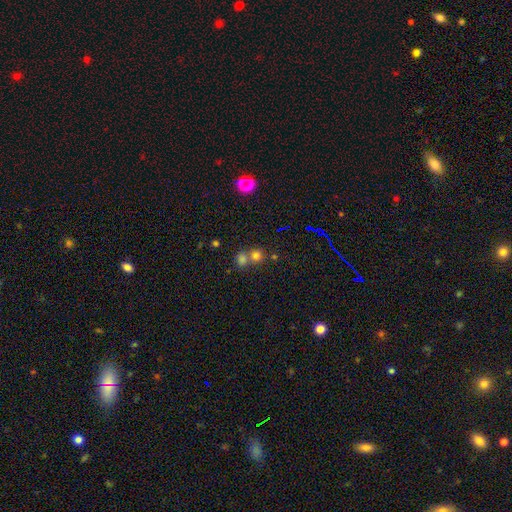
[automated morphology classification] smooth_or_featured: smooth (p=0.72) [alt: star or artifact p=0.19]
how_rounded: round (p=0.85) [alt: in between p=0.14]
merging: none (p=0.48) [alt: merger p=0.44]